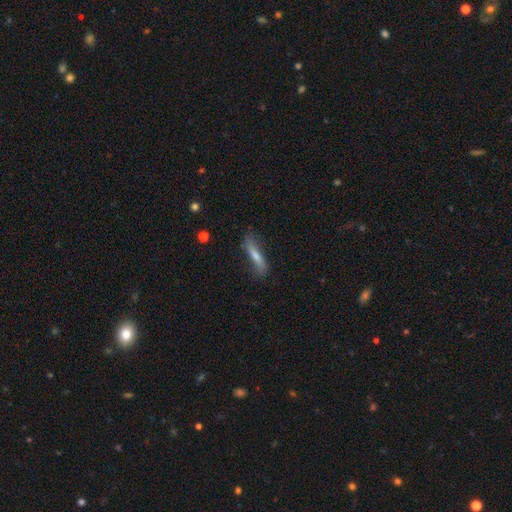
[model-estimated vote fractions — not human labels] smooth-or-featured: featured or disk: 49% | smooth: 36% | star or artifact: 15%
  merging: none: 78% | minor disturbance: 15% | major disturbance: 5% | merger: 2%